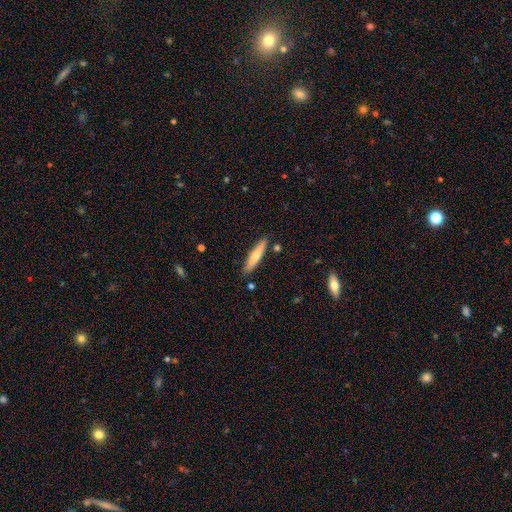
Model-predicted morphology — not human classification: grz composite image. It shows a smooth galaxy with no disk features (63%) that is cigar-shaped (85%). Merging: none (87%).